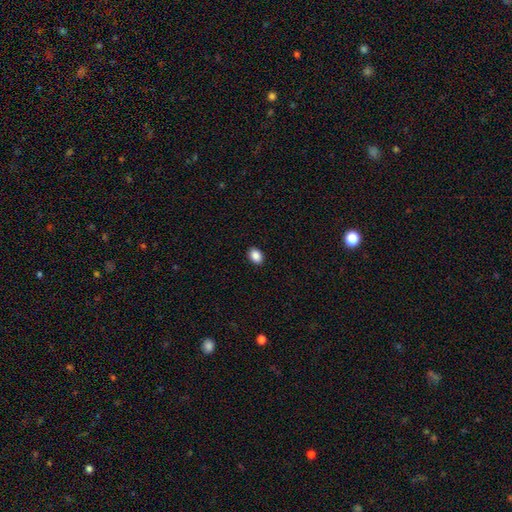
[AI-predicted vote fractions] Smooth or featured? smooth (89%)
How rounded? in between (76%)
Merging? none (91%)